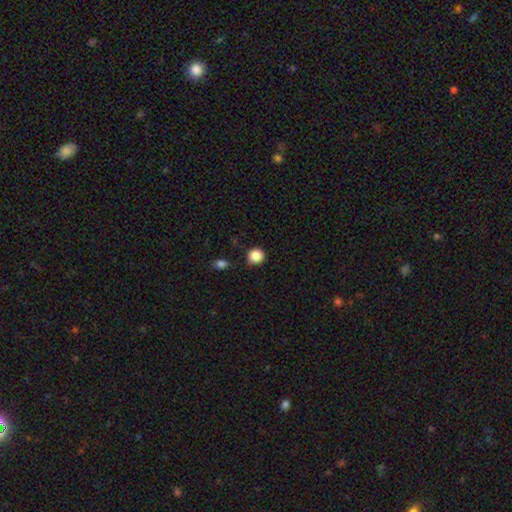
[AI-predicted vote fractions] smooth_or_featured: smooth (p=0.87) [alt: star or artifact p=0.10]
how_rounded: round (p=0.91) [alt: in between p=0.08]
merging: none (p=0.84) [alt: minor disturbance p=0.11]